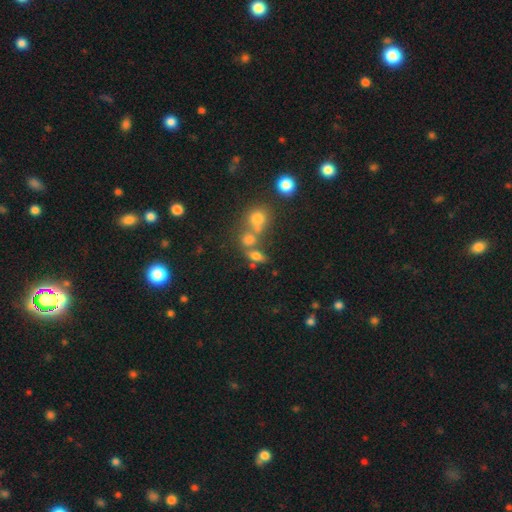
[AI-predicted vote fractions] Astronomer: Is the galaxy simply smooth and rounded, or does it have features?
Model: smooth — 65%.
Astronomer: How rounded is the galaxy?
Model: in between — 66%.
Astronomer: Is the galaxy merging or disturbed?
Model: none — 47% (runner-up: merger, 33%).